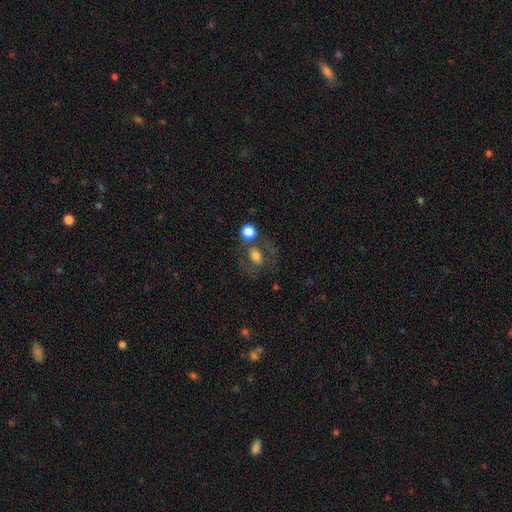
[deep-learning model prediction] smooth 58%, featured or disk 30%, star or artifact 11%. Down the decision tree: how rounded — in between (59%); merging — none (54%).